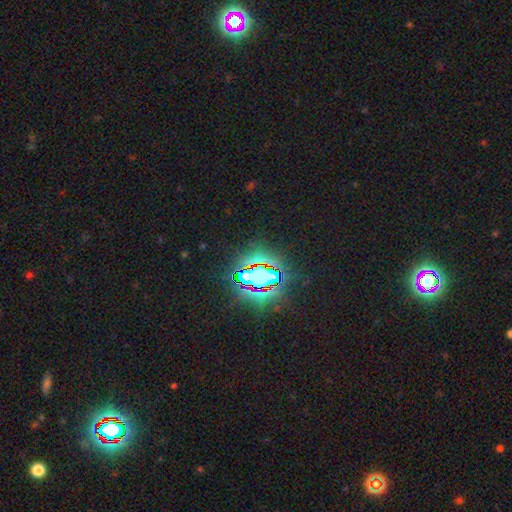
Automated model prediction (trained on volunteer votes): The model was most divided on "smooth or featured": star or artifact: 84%, smooth: 10%, featured or disk: 7%.